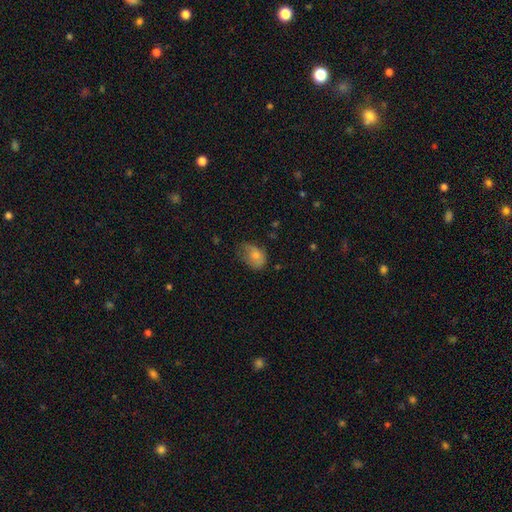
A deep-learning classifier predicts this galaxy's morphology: A smooth galaxy with no disk features (72%) that is in between round and cigar-shaped (77%).

Vote fractions:
- Smooth or featured? smooth: 72% / featured or disk: 19% / star or artifact: 9%
- How rounded? in between: 77% / round: 22% / cigar-shaped: 1%
- Merging? minor disturbance: 39% / none: 34% / major disturbance: 25% / merger: 2%